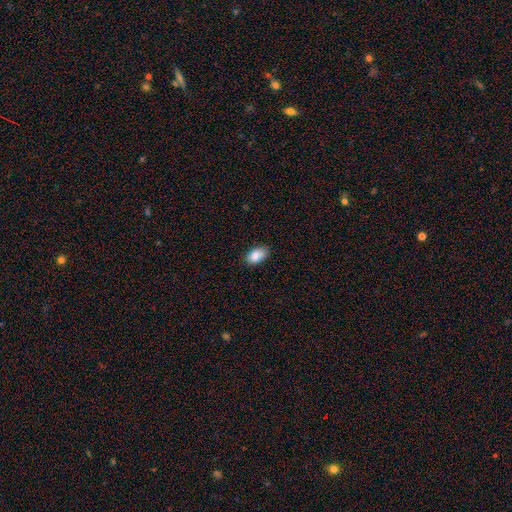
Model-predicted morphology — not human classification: The model was most divided on "merging": none: 81%, minor disturbance: 15%, major disturbance: 2%, merger: 1%. More confident: how rounded — in between (92%); smooth or featured — smooth (85%).